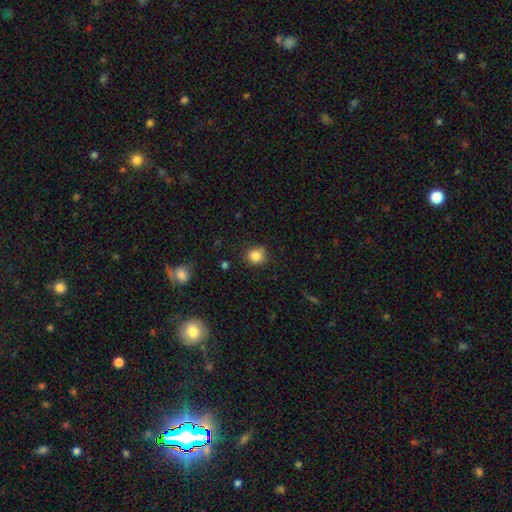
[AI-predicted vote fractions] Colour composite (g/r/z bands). It shows a smooth galaxy with no disk features (84%) that is round (84%). Merging: none (83%).